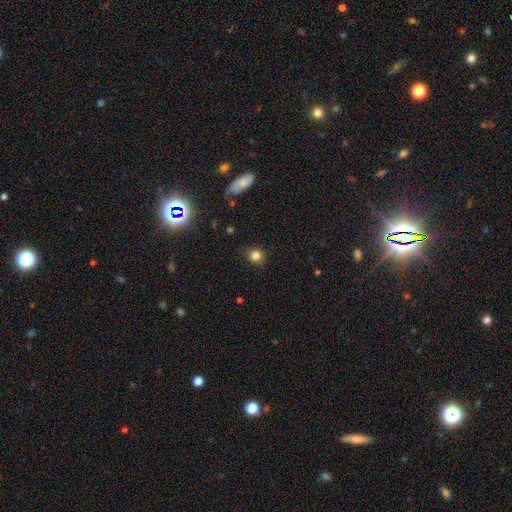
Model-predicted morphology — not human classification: This appears to be a smooth galaxy with no disk features (82%) that is round (82%). Merging: none (81%).